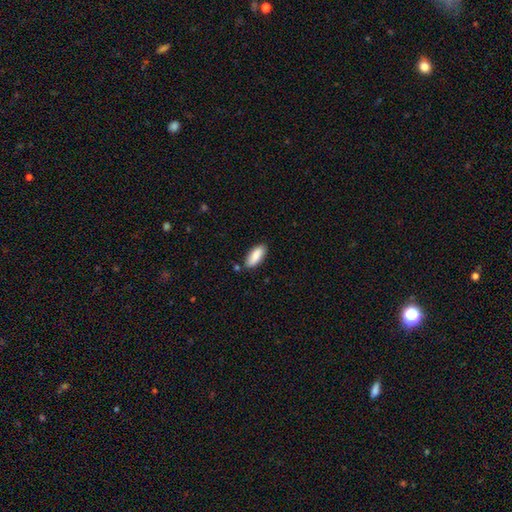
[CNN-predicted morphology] Overall: smooth (87%). How rounded: in between (79%). Merging: none (82%).